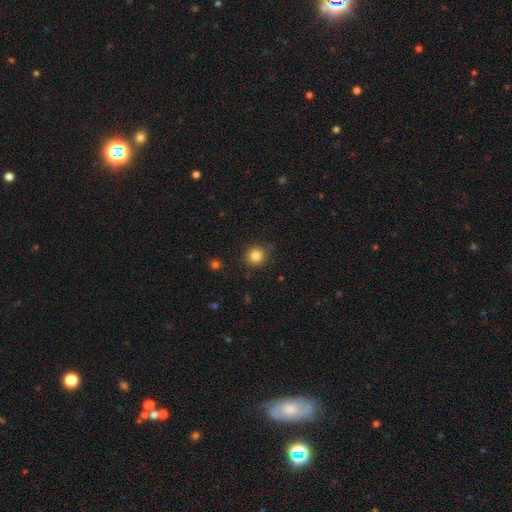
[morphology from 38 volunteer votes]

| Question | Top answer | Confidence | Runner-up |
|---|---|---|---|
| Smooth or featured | smooth | 84% | star or artifact (11%) |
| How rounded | round | 97% | in between (3%) |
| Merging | none | 91% | major disturbance (6%) |